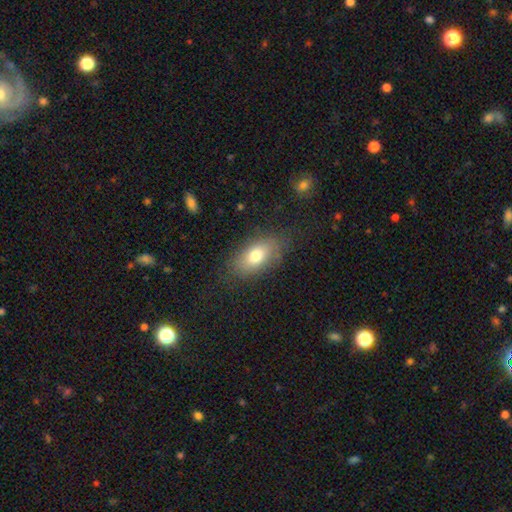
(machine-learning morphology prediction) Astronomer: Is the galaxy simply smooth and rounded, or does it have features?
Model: smooth — 74%.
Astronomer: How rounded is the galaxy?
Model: in between — 87%.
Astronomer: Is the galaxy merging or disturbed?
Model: none — 79%.